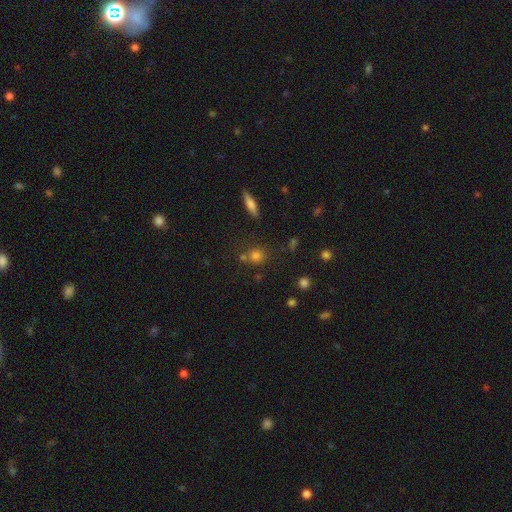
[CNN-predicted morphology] Smooth or featured? Predicted: smooth (p=0.73). How rounded? Predicted: round (p=0.81). Merging? Predicted: none (p=0.65).